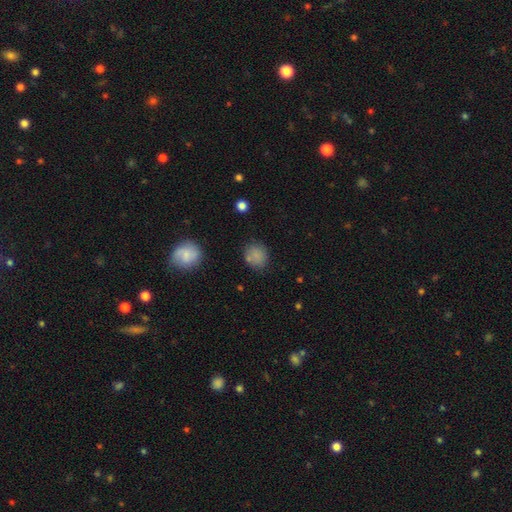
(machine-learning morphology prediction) Smooth or featured: smooth — 82% (star or artifact — 11%)
How rounded: round — 77% (in between — 22%)
Merging: none — 74% (minor disturbance — 16%)